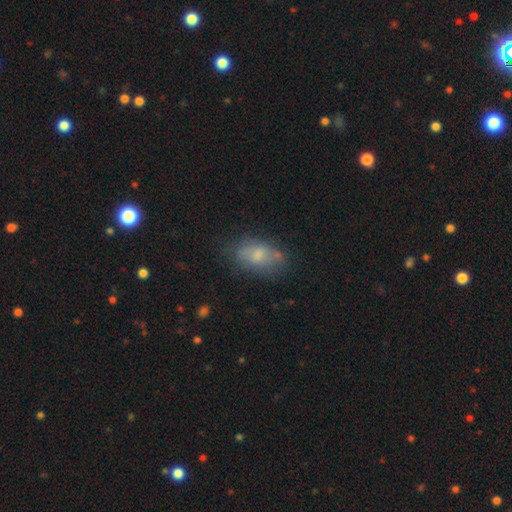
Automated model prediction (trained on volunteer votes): This appears to be a smooth galaxy with no disk features (63%) that is in between round and cigar-shaped (88%). Merging: none (62%).